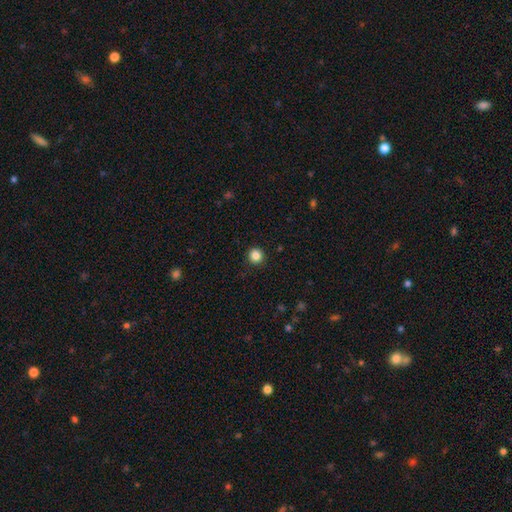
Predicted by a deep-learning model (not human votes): smooth-or-featured: smooth: 85% | star or artifact: 11% | featured or disk: 4%
  how-rounded: round: 94% | in between: 5% | cigar-shaped: 1%
  merging: none: 92% | minor disturbance: 5% | major disturbance: 2% | merger: 1%